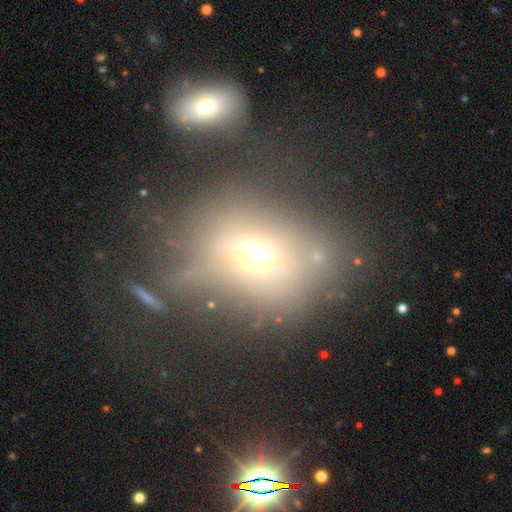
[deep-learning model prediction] smooth_or_featured: smooth (p=0.52) [alt: featured or disk p=0.27]
how_rounded: round (p=0.53) [alt: in between p=0.44]
merging: none (p=0.54) [alt: minor disturbance p=0.18]